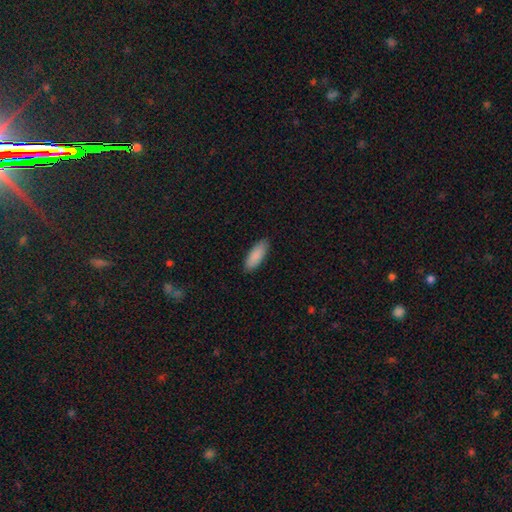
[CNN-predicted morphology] Smooth or featured: smooth — 90% (star or artifact — 5%)
How rounded: in between — 71% (cigar-shaped — 28%)
Merging: none — 88% (minor disturbance — 10%)